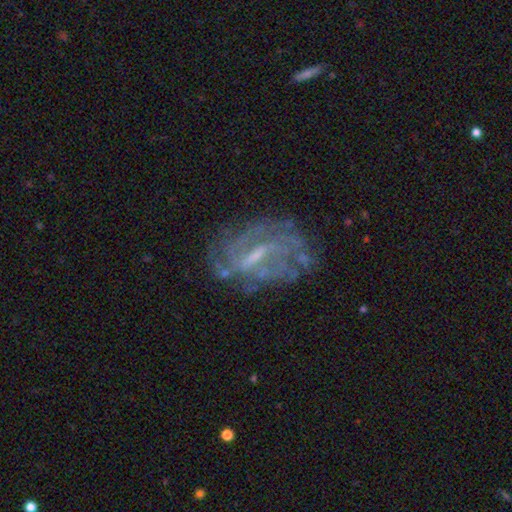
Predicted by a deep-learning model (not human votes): Smooth or featured?
  - featured or disk: 75% *
  - smooth: 13%
  - star or artifact: 12%
Edge-on disk?
  - no: 94% *
  - yes: 6%
Bar?
  - weak: 47% *
  - strong: 35%
  - no: 19%
Spiral arms?
  - yes: 72% *
  - no: 28%
Spiral winding?
  - tight: 44% *
  - medium: 36%
  - loose: 20%
Spiral arm count?
  - can't tell: 52% *
  - 2: 20%
  - 3: 12%
  - 4: 7%
  - 1: 5%
  - more than 4: 4%
Bulge size?
  - small: 44% *
  - moderate: 27%
  - none: 26%
  - large: 2%
  - dominant: 1%
Merging?
  - none: 61% *
  - minor disturbance: 20%
  - major disturbance: 16%
  - merger: 3%